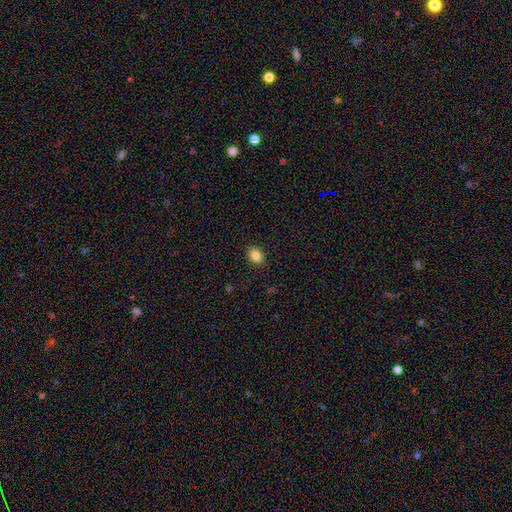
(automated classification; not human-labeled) Smooth or featured? smooth (84%)
How rounded? in between (68%)
Merging? none (89%)